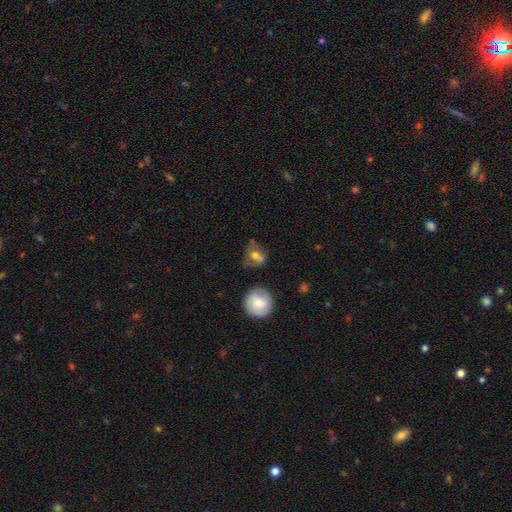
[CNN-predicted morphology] Smooth or featured?
  - smooth: 59% *
  - featured or disk: 31%
  - star or artifact: 10%
How rounded?
  - round: 60% *
  - in between: 38%
  - cigar-shaped: 2%
Merging?
  - none: 52% *
  - minor disturbance: 24%
  - major disturbance: 14%
  - merger: 10%